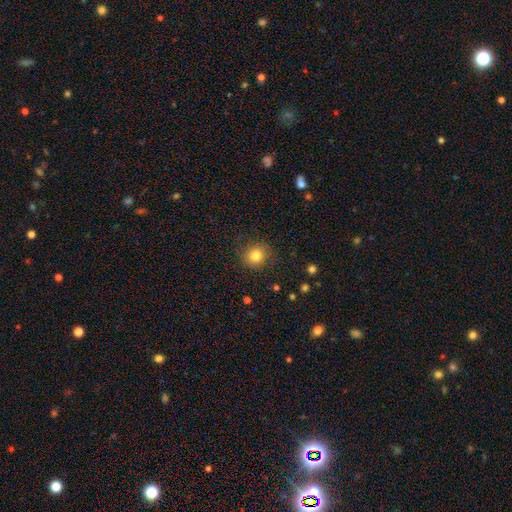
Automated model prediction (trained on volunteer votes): smooth_or_featured: smooth (p=0.82) [alt: star or artifact p=0.11]
how_rounded: round (p=0.87) [alt: in between p=0.12]
merging: none (p=0.85) [alt: minor disturbance p=0.10]